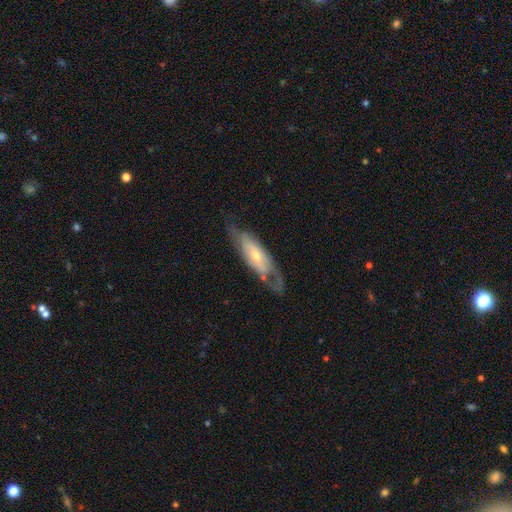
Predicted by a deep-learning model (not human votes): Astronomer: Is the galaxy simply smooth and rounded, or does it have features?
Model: featured or disk — 68%.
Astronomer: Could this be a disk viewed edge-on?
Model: no — 73%.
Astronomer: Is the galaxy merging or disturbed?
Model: none — 58%.